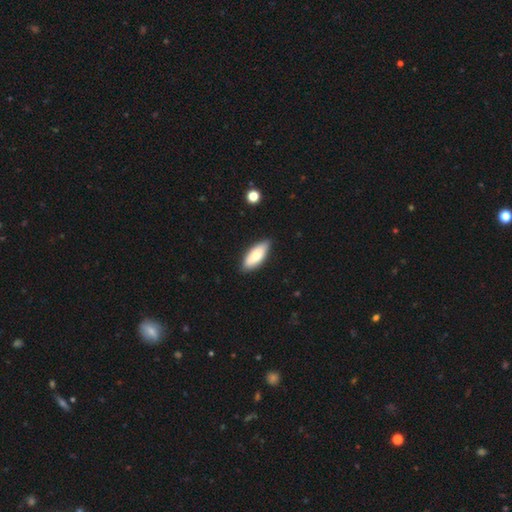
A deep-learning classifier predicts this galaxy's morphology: This appears to be a smooth galaxy with no disk features (73%) that is in between round and cigar-shaped (78%). Merging: none (86%).